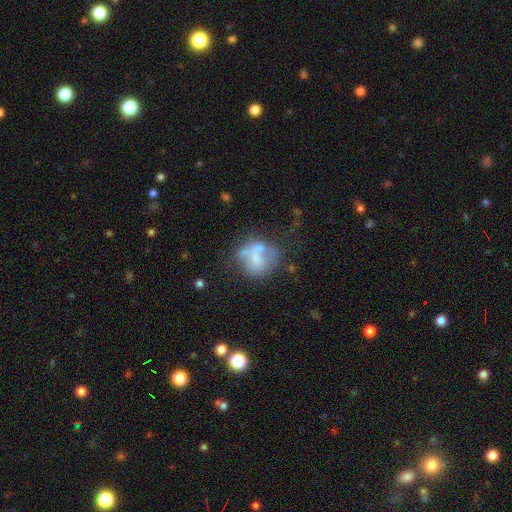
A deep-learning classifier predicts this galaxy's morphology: A smooth galaxy with no disk features (49%).

Vote fractions:
- Smooth or featured? smooth: 49% / featured or disk: 40% / star or artifact: 11%
- Merging? none: 34% / merger: 27% / major disturbance: 20% / minor disturbance: 19%